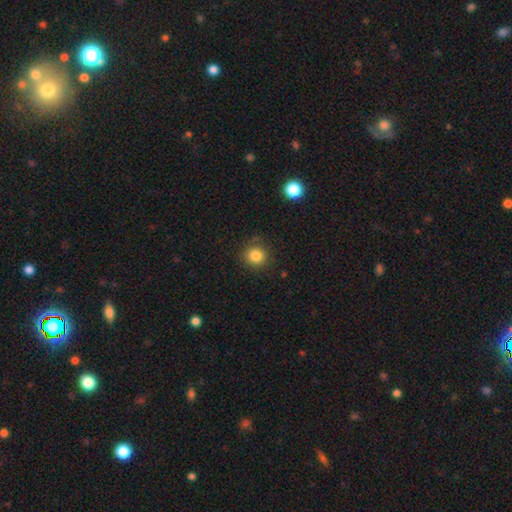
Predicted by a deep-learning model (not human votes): This appears to be a smooth galaxy with no disk features (83%) that is round (90%). Merging: none (84%).